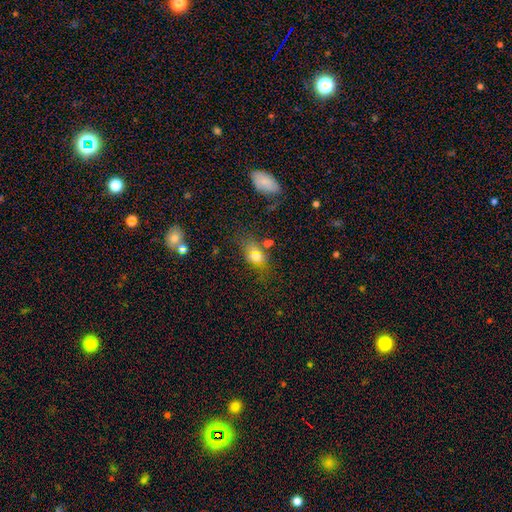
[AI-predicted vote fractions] This appears to be a smooth galaxy with no disk features (63%) that is in between round and cigar-shaped (74%). Merging: none (67%).